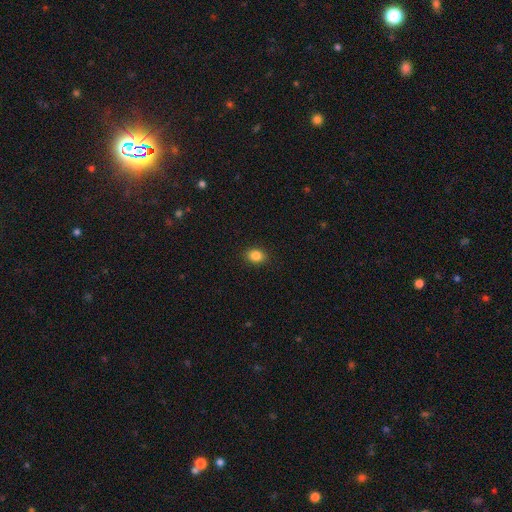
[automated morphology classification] type=smooth (85%); roundness=in between (59%); merging=none (90%).